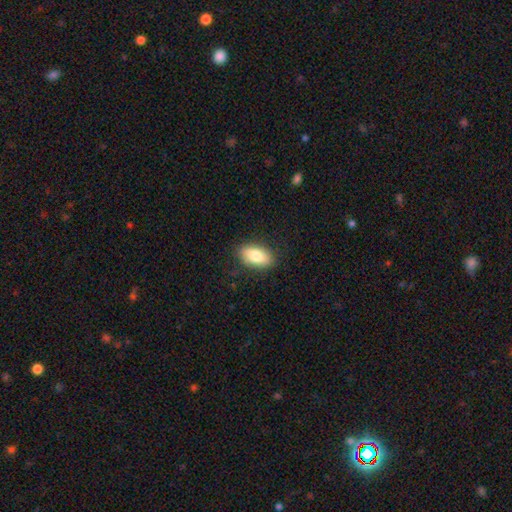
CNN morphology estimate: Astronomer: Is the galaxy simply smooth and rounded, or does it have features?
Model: smooth — 83%.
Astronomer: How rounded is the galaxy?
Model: in between — 91%.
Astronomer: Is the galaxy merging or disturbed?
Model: none — 86%.